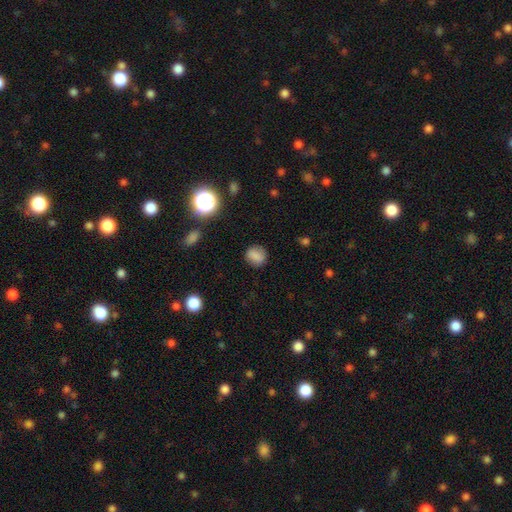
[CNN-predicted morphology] A smooth galaxy with no disk features (81%) that is round (69%). Merging: none (83%).